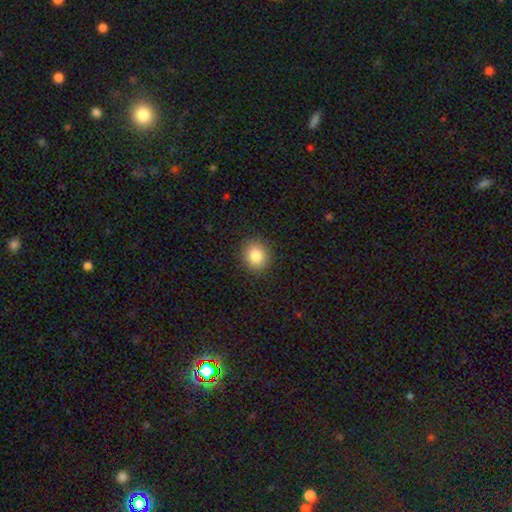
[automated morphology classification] This appears to be a smooth galaxy with no disk features (85%) that is round (77%). Merging: none (90%).